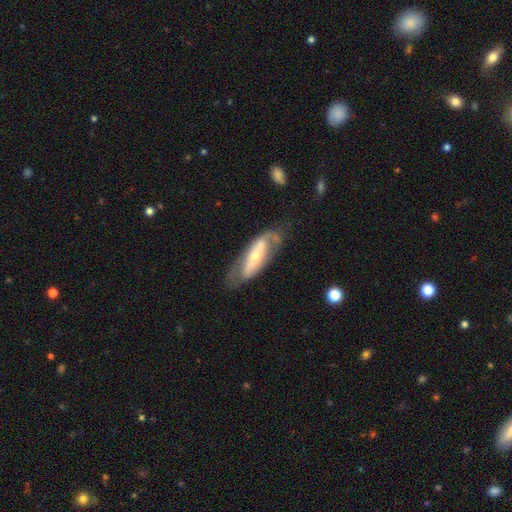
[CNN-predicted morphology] type=featured or disk (68%); edge-on=no (79%); bar=strong (39%, tied with no); spiral arms=yes (66%); bulge=small (49%); merging=none (58%).